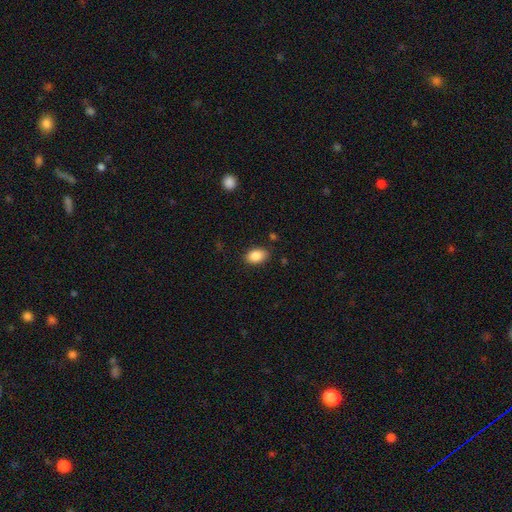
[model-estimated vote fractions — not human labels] A smooth galaxy with no disk features (88%) that is in between round and cigar-shaped (87%).

Vote fractions:
- Smooth or featured? smooth: 88% / star or artifact: 8% / featured or disk: 5%
- How rounded? in between: 87% / round: 12% / cigar-shaped: 1%
- Merging? none: 83% / minor disturbance: 12% / major disturbance: 3% / merger: 2%